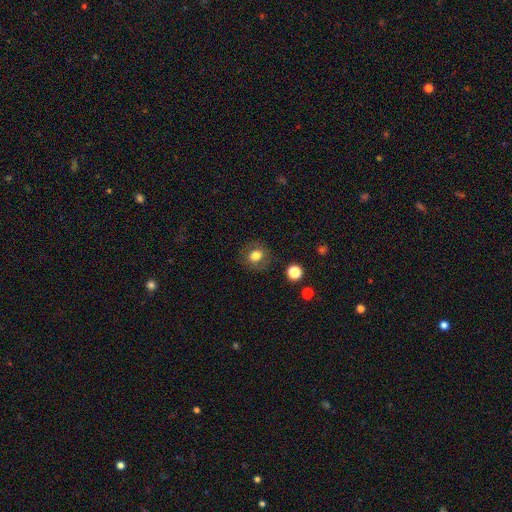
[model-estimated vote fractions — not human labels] Overall: smooth (77%). How rounded: round (78%). Merging: none (84%).